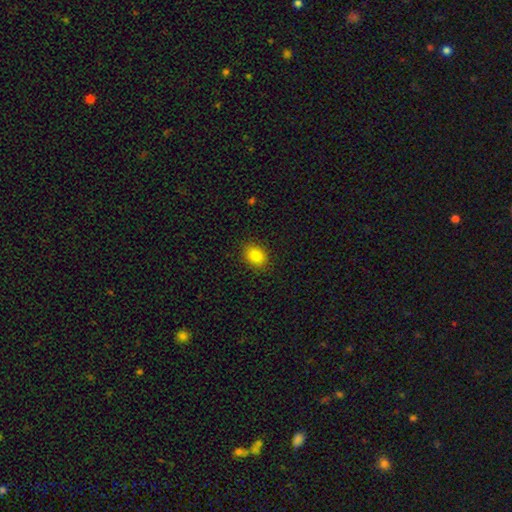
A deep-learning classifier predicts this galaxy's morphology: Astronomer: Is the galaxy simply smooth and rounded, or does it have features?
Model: smooth — 84%.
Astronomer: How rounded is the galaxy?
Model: in between — 61% (runner-up: round, 38%).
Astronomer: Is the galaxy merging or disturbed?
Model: none — 89%.